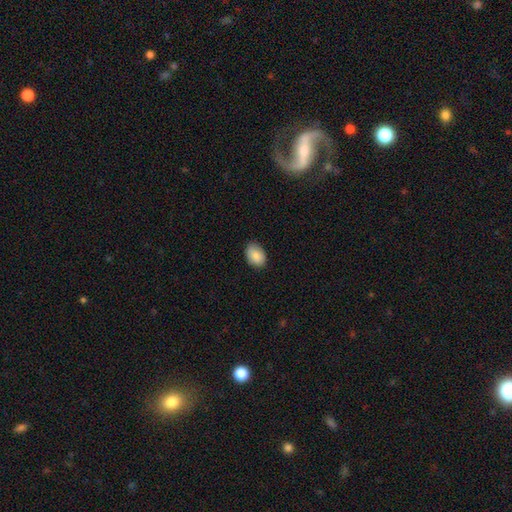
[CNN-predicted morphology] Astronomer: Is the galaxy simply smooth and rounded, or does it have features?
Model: smooth — 88%.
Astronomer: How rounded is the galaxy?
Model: in between — 83%.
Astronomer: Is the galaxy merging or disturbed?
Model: none — 84%.